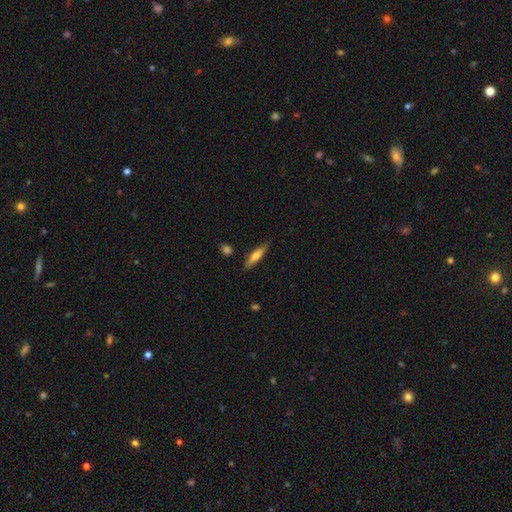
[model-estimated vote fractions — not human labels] Smooth or featured?
  - smooth: 55% *
  - featured or disk: 38%
  - star or artifact: 6%
How rounded?
  - cigar-shaped: 80% *
  - in between: 18%
  - round: 2%
Merging?
  - none: 82% *
  - minor disturbance: 13%
  - major disturbance: 2%
  - merger: 2%